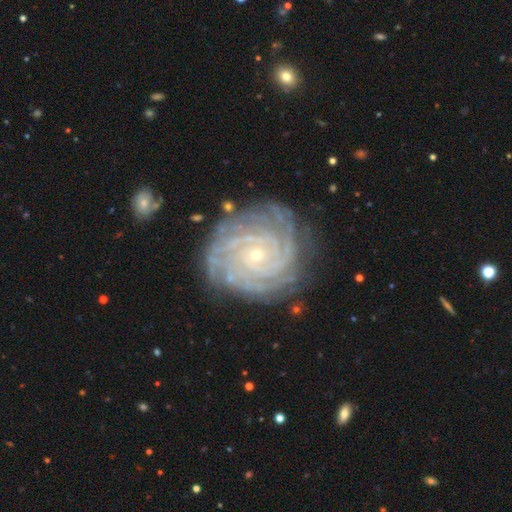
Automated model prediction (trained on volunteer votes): Smooth or featured?
  - featured or disk: 89% *
  - star or artifact: 6%
  - smooth: 5%
Edge-on disk?
  - no: 98% *
  - yes: 2%
Bar?
  - no: 78% *
  - weak: 16%
  - strong: 6%
Spiral arms?
  - yes: 98% *
  - no: 2%
Spiral winding?
  - tight: 87% *
  - medium: 12%
  - loose: 2%
Spiral arm count?
  - 4: 24% *
  - more than 4: 22%
  - can't tell: 19%
  - 3: 16%
  - 2: 12%
  - 1: 8%
Bulge size?
  - small: 84% *
  - moderate: 13%
  - none: 1%
  - large: 1%
  - dominant: 1%
Merging?
  - none: 80% *
  - minor disturbance: 14%
  - major disturbance: 4%
  - merger: 2%